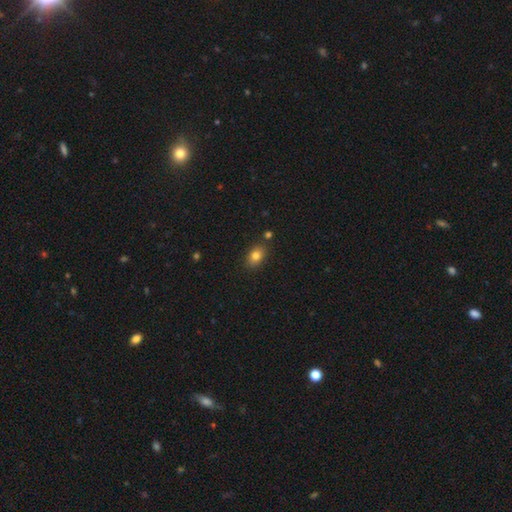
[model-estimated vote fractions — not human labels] This appears to be a smooth galaxy with no disk features (81%) that is in between round and cigar-shaped (75%). Merging: none (82%).